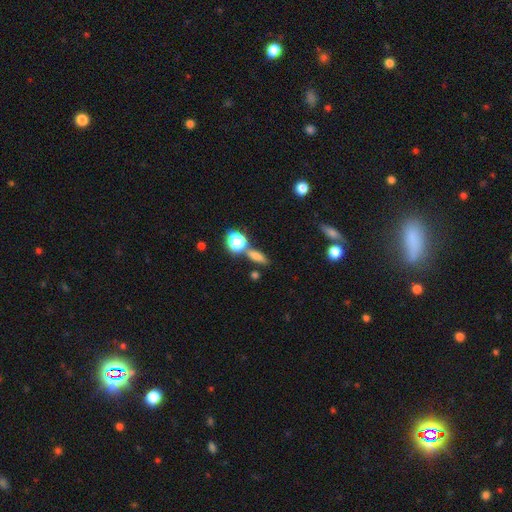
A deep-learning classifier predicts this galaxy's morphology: Overall: smooth (71%). How rounded: in between (47%; cigar-shaped 36%). Merging: none (65%).